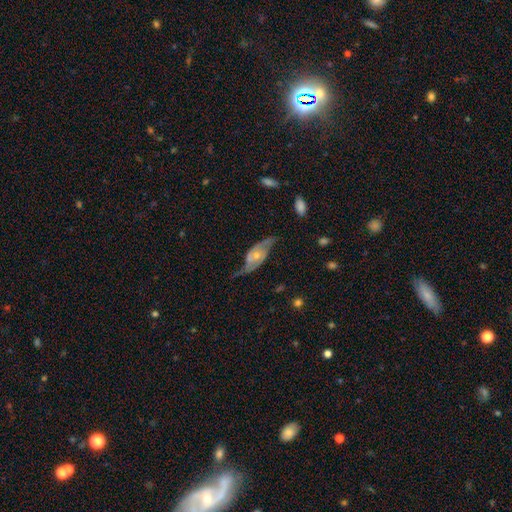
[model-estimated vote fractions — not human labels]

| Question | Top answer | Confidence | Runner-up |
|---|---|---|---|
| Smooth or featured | featured or disk | 78% | smooth (17%) |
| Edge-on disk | no | 88% | yes (12%) |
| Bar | no | 67% | weak (26%) |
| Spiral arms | yes | 87% | no (13%) |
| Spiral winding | loose | 55% | medium (32%) |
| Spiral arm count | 2 | 87% | can't tell (7%) |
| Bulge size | small | 49% | moderate (45%) |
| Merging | none | 56% | minor disturbance (25%) |